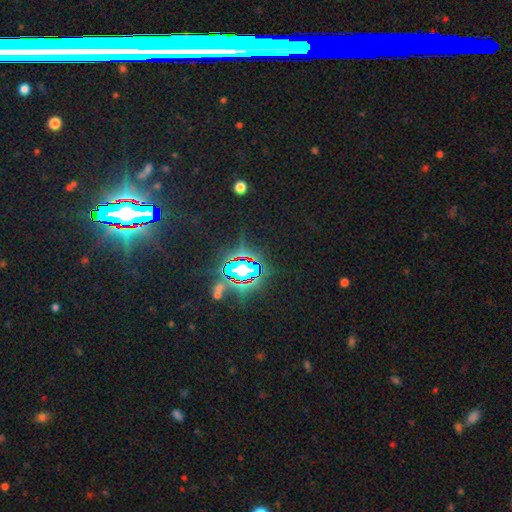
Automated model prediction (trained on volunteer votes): Morphology: type=star or artifact (85%).